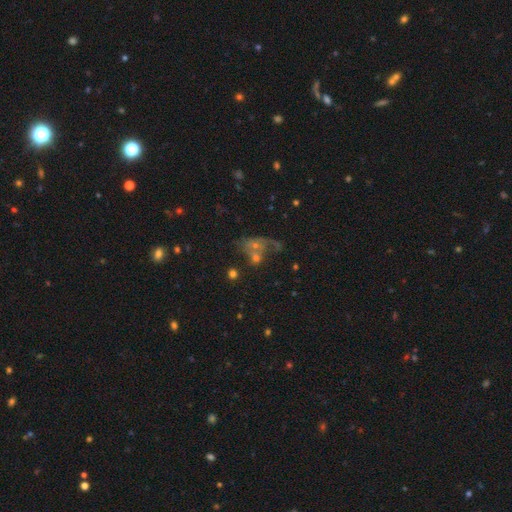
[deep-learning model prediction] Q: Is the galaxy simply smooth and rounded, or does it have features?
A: smooth — 36%.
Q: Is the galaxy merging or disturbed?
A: none — 36%.